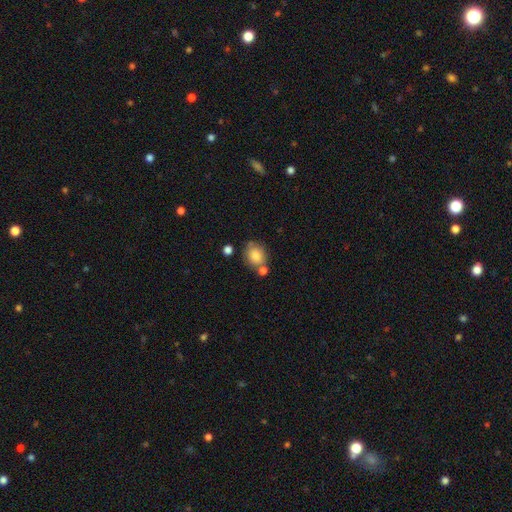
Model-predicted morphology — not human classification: Smooth or featured? Predicted: smooth (p=0.79). How rounded? Predicted: round (p=0.64). Merging? Predicted: none (p=0.58).